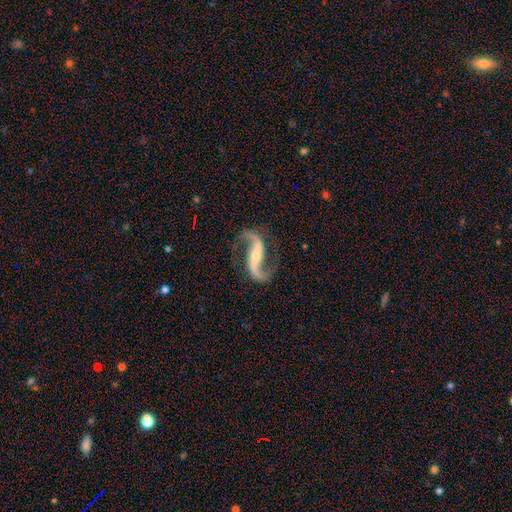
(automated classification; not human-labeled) Smooth or featured? featured or disk (93%)
Edge-on disk? no (96%)
Bar? strong (43%)
Spiral arms? yes (98%)
Spiral winding? loose (79%)
Spiral arm count? 2 (94%)
Bulge size? small (61%)
Merging? none (82%)